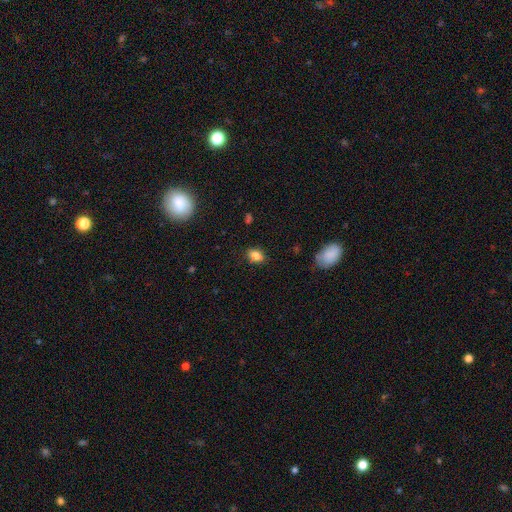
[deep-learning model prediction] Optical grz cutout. It shows a smooth galaxy with no disk features (83%) that is in between round and cigar-shaped (75%). Merging: none (81%).